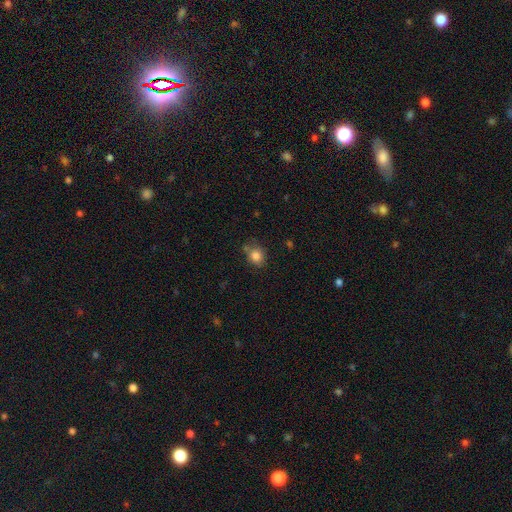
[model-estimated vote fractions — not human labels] Q: Smooth or featured?
A: smooth (83%); runner-up: star or artifact (10%)
Q: How rounded?
A: round (65%); runner-up: in between (34%)
Q: Merging?
A: none (69%); runner-up: minor disturbance (20%)